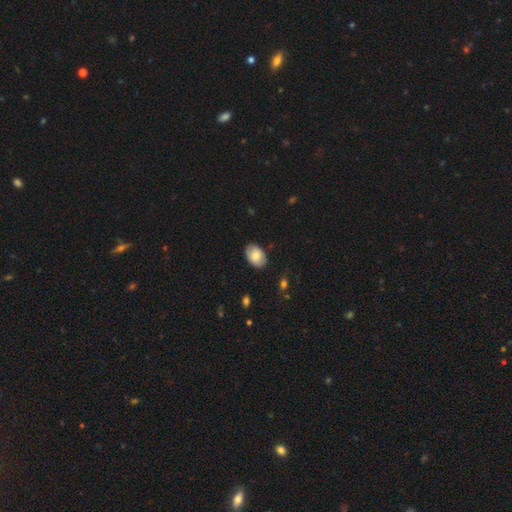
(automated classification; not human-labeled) This appears to be a smooth galaxy with no disk features (78%) that is in between round and cigar-shaped (85%). Merging: none (84%).